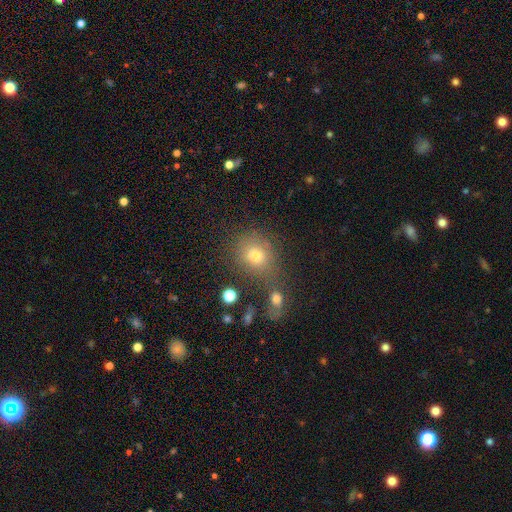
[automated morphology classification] smooth 73%, star or artifact 15%, featured or disk 12%. Down the decision tree: how rounded — round (69%); merging — none (55%).